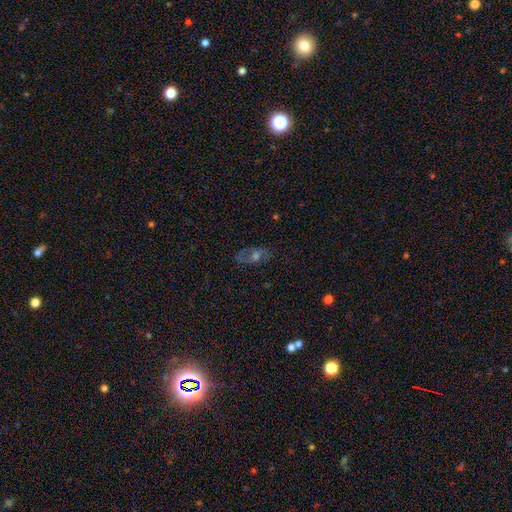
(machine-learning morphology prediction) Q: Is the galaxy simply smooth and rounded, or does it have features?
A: featured or disk — 53%.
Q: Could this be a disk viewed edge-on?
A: no — 86%.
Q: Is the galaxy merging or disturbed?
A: none — 76%.